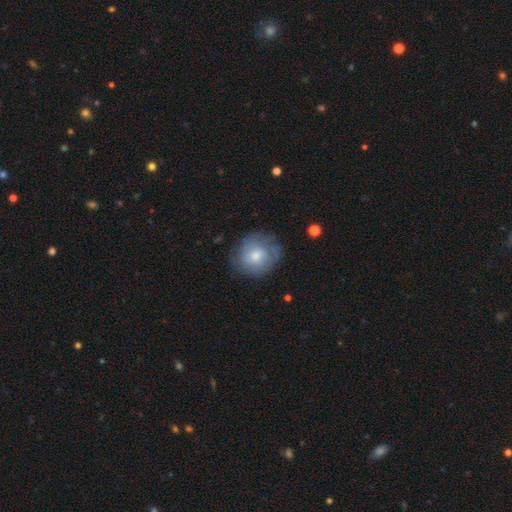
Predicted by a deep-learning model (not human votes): Morphology: type=smooth (62%); roundness=round (81%); merging=none (64%).